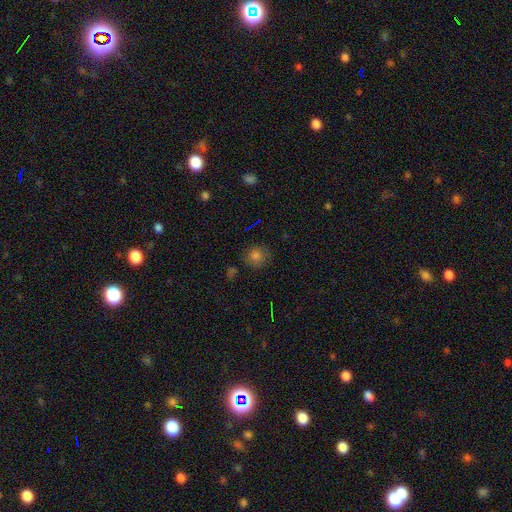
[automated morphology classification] This appears to be a smooth galaxy with no disk features (76%) that is round (87%). Merging: none (81%).